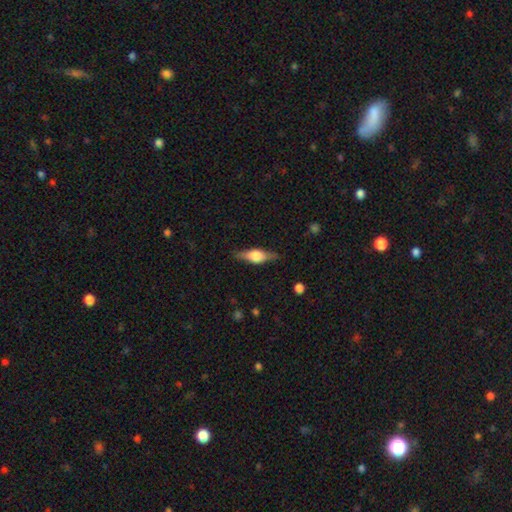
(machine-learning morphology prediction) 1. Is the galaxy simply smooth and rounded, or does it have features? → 59% featured or disk, 34% smooth, 7% star or artifact.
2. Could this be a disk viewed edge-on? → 95% yes, 5% no.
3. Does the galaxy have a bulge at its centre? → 88% rounded, 11% boxy, 2% none.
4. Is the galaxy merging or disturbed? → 84% none, 12% minor disturbance, 3% major disturbance, 1% merger.